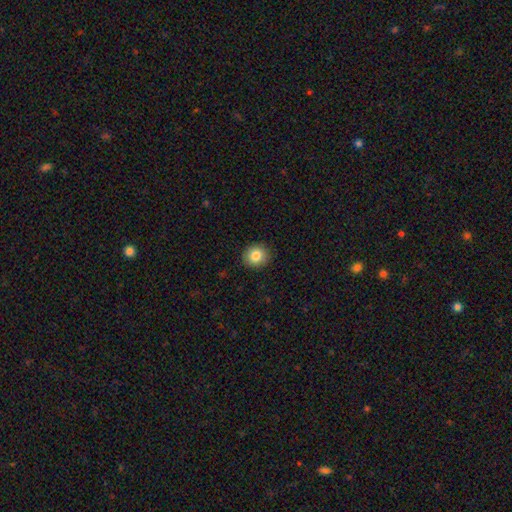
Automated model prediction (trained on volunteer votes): smooth_or_featured: smooth (p=0.84) [alt: star or artifact p=0.09]
how_rounded: round (p=0.83) [alt: in between p=0.16]
merging: none (p=0.91) [alt: minor disturbance p=0.06]